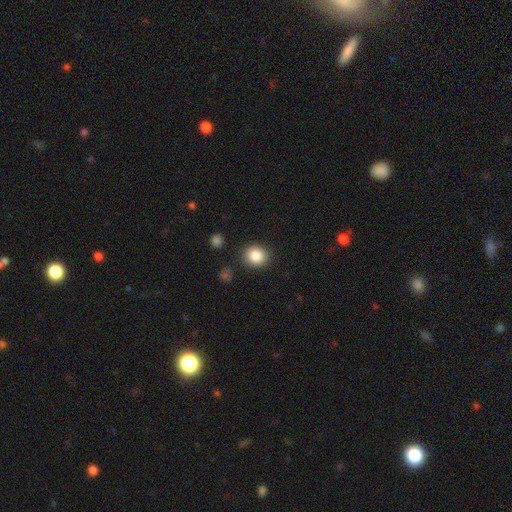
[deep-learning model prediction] Smooth or featured? smooth (86%)
How rounded? round (73%)
Merging? none (86%)